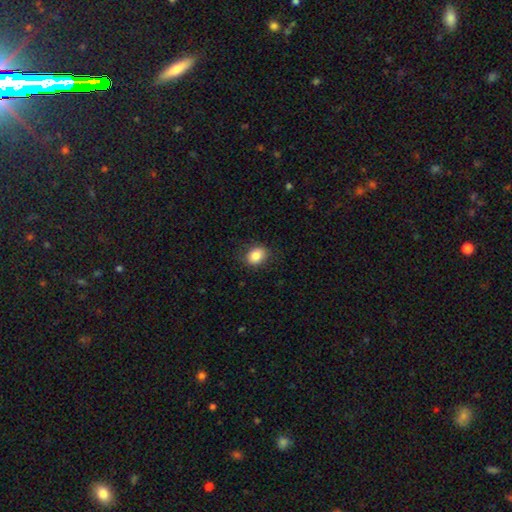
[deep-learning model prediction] Overall: smooth (84%). How rounded: in between (57%; round 42%). Merging: none (85%).